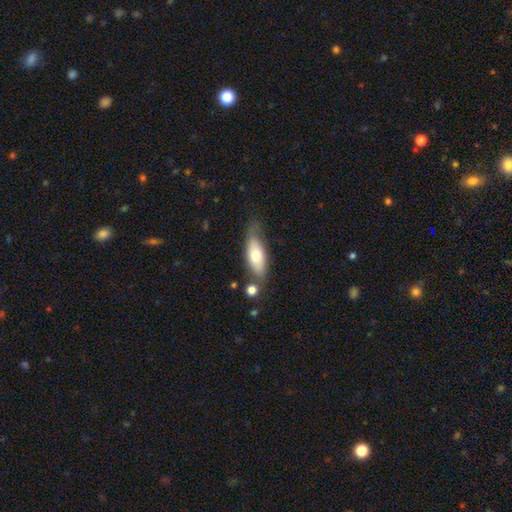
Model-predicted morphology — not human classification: The model was most divided on "merging": none: 60%, minor disturbance: 24%, merger: 10%, major disturbance: 7%. More confident: how rounded — in between (72%); smooth or featured — smooth (66%).